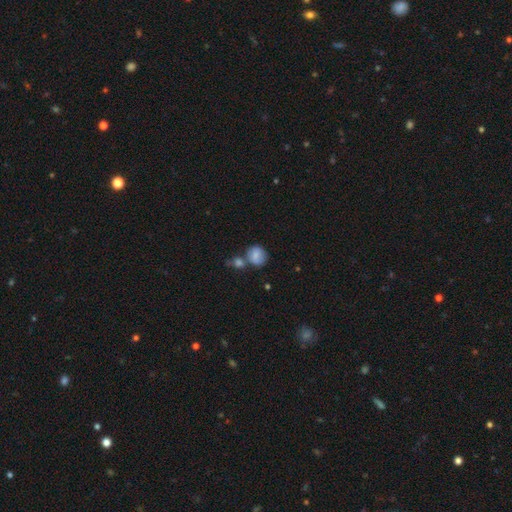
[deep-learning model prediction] smooth 75%, featured or disk 16%, star or artifact 9%. Down the decision tree: how rounded — round (63%); merging — none (43%).